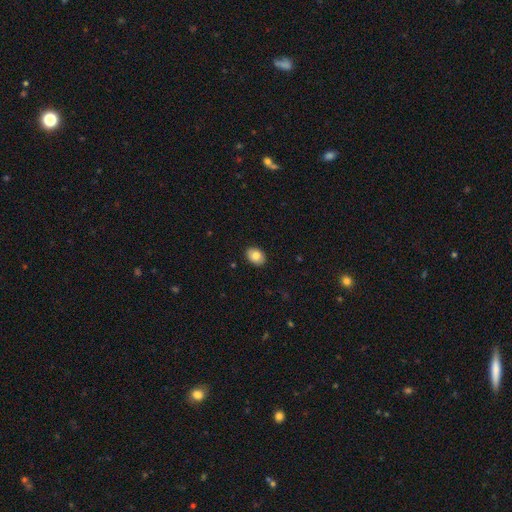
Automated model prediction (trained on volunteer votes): This is clearly a smooth galaxy (81%). How rounded: likely in between (70%). Merging: clearly none (90%).